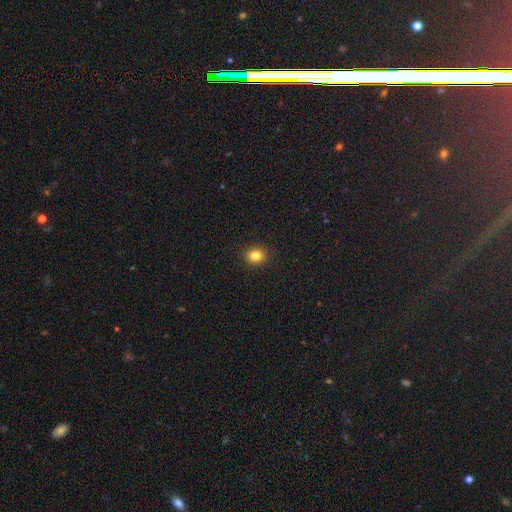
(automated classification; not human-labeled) This is clearly a smooth galaxy (82%). How rounded: likely round (72%). Merging: clearly none (91%).